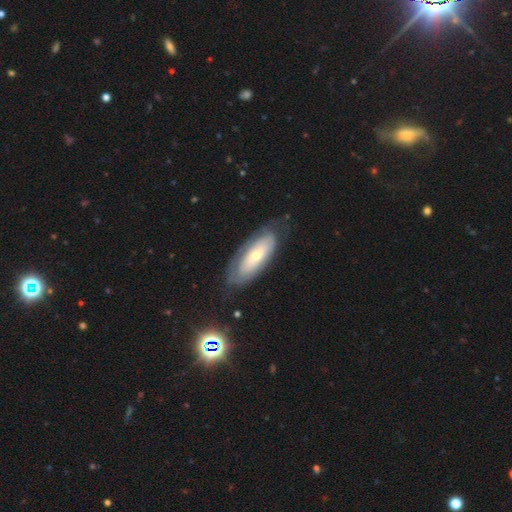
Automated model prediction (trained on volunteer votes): Smooth or featured? featured or disk (54%)
Edge-on disk? no (82%)
Merging? none (69%)